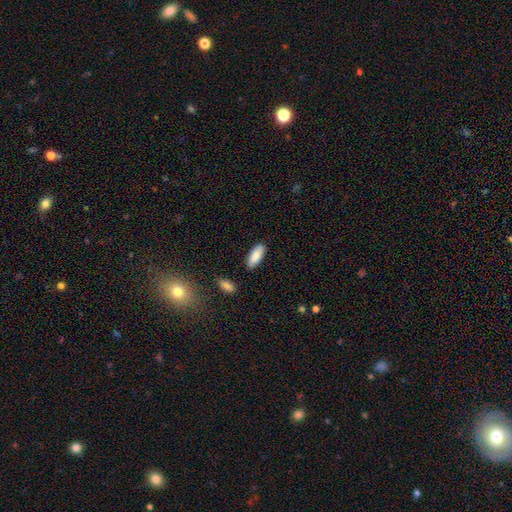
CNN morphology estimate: smooth-or-featured: smooth: 87% | featured or disk: 7% | star or artifact: 6%
  how-rounded: in between: 79% | cigar-shaped: 19% | round: 2%
  merging: none: 86% | minor disturbance: 10% | major disturbance: 2% | merger: 2%